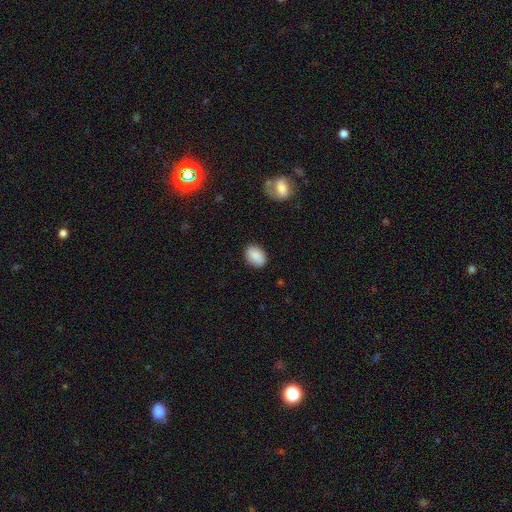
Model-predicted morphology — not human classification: smooth-or-featured: smooth: 87% | star or artifact: 7% | featured or disk: 6%
  how-rounded: in between: 80% | round: 18% | cigar-shaped: 1%
  merging: none: 86% | minor disturbance: 10% | major disturbance: 3% | merger: 1%